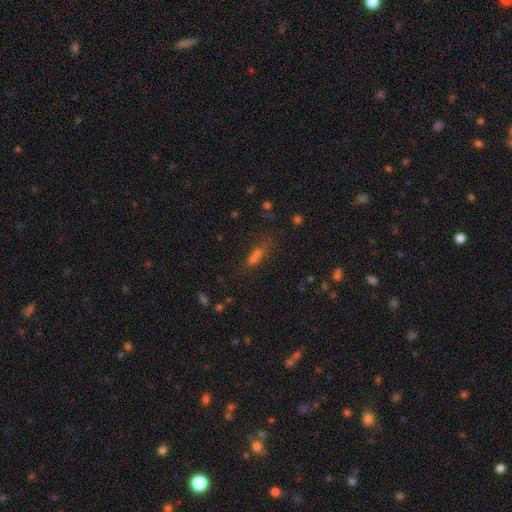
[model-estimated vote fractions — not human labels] smooth 48%, star or artifact 33%, featured or disk 18%. Down the decision tree: merging — none (41%).